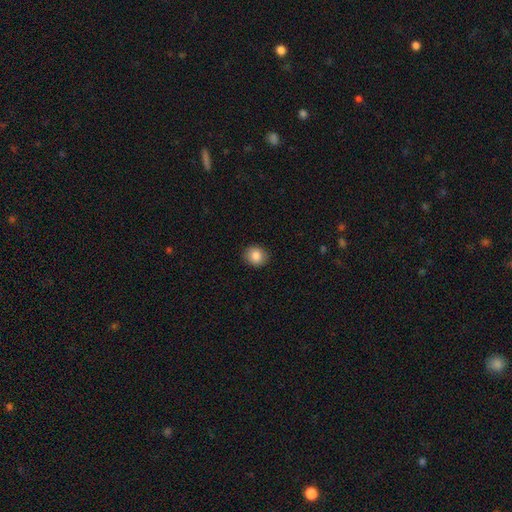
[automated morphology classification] Smooth or featured?
  - smooth: 86% *
  - star or artifact: 9%
  - featured or disk: 5%
How rounded?
  - round: 73% *
  - in between: 26%
  - cigar-shaped: 1%
Merging?
  - none: 90% *
  - minor disturbance: 7%
  - major disturbance: 2%
  - merger: 1%